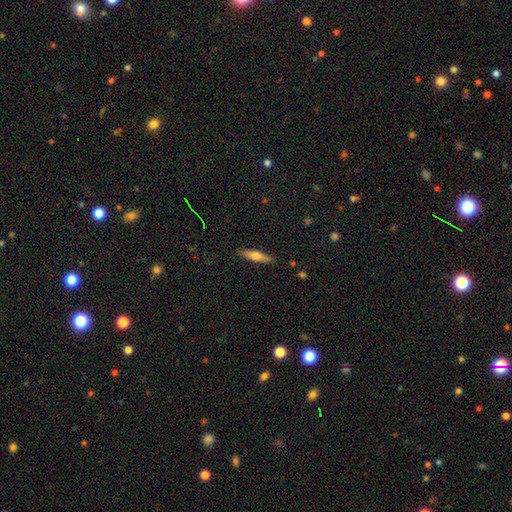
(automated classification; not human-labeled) Smooth or featured?
  - smooth: 53% *
  - featured or disk: 41%
  - star or artifact: 6%
How rounded?
  - cigar-shaped: 81% *
  - in between: 17%
  - round: 2%
Merging?
  - none: 89% *
  - minor disturbance: 8%
  - major disturbance: 2%
  - merger: 1%